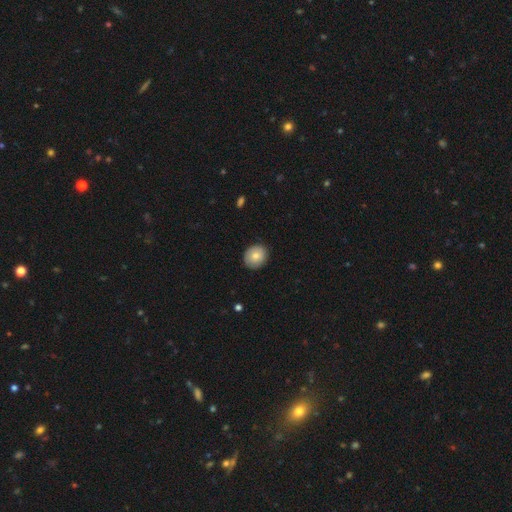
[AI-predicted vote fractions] Smooth or featured?
  - smooth: 78% *
  - featured or disk: 15%
  - star or artifact: 7%
How rounded?
  - round: 69% *
  - in between: 30%
  - cigar-shaped: 1%
Merging?
  - none: 87% *
  - minor disturbance: 10%
  - major disturbance: 2%
  - merger: 1%